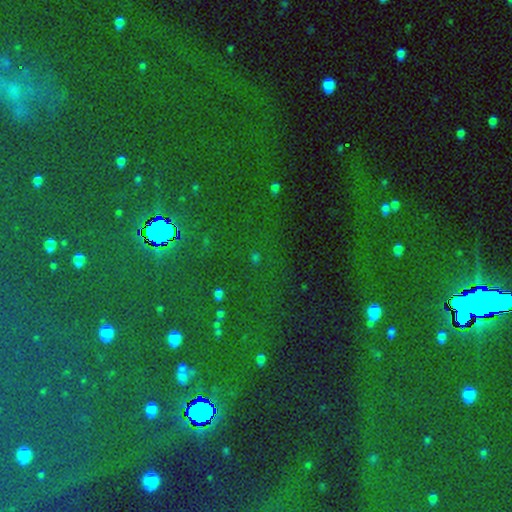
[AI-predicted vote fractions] smooth-or-featured: star or artifact: 82% | smooth: 10% | featured or disk: 8%